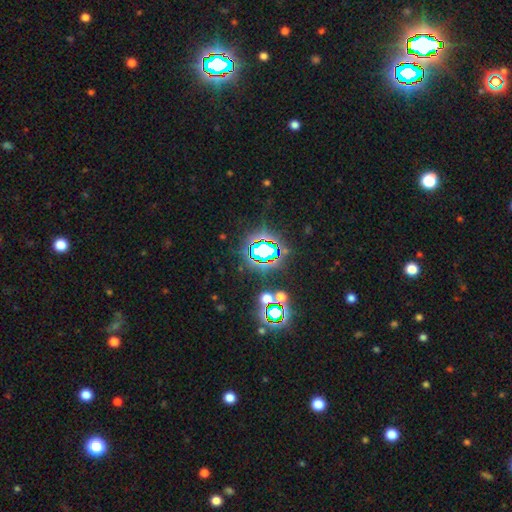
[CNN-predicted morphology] The model was most divided on "smooth or featured": star or artifact: 71%, smooth: 18%, featured or disk: 12%.